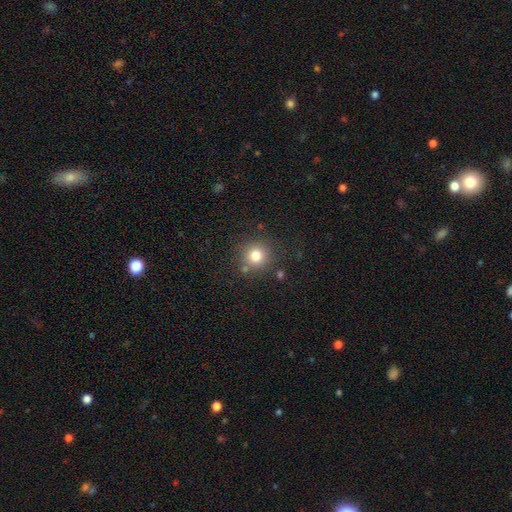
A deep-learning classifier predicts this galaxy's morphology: smooth 78%, star or artifact 14%, featured or disk 8%. Down the decision tree: how rounded — round (93%); merging — none (82%).